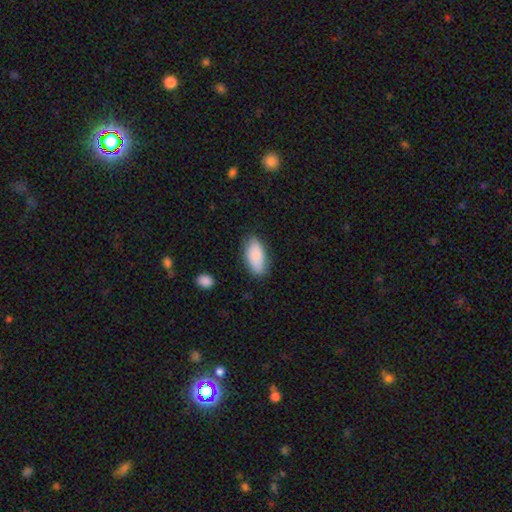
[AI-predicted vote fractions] Morphology: type=smooth (87%); roundness=in between (91%); merging=none (79%).